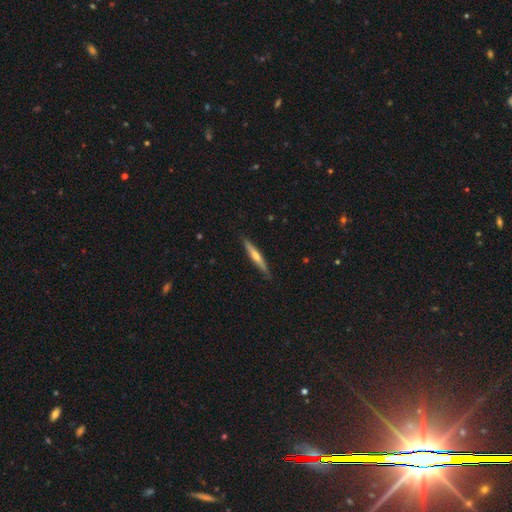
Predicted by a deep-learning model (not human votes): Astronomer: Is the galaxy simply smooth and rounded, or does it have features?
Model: featured or disk — 60%.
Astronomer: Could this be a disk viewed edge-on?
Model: yes — 96%.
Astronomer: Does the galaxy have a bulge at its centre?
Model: rounded — 81%.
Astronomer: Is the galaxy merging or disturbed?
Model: none — 88%.